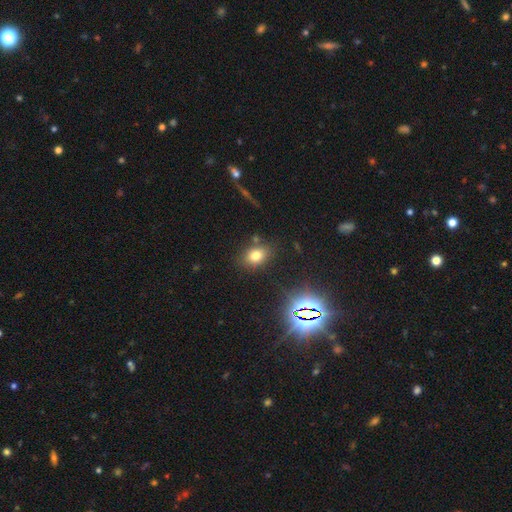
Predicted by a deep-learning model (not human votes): Overall: smooth (74%). How rounded: in between (65%; round 33%). Merging: none (78%).